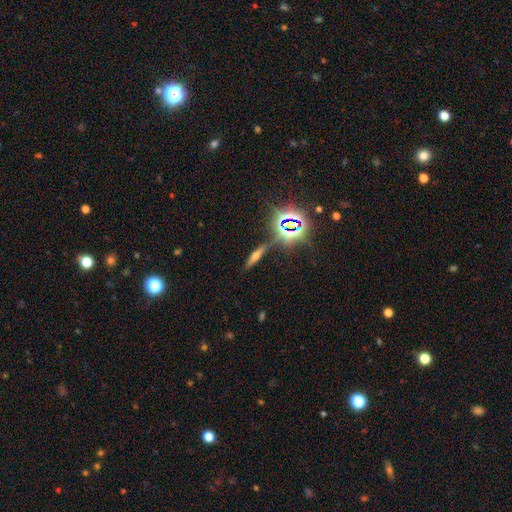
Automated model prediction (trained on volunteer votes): Smooth or featured: smooth — 37% (star or artifact — 32%)
Merging: none — 80% (minor disturbance — 11%)